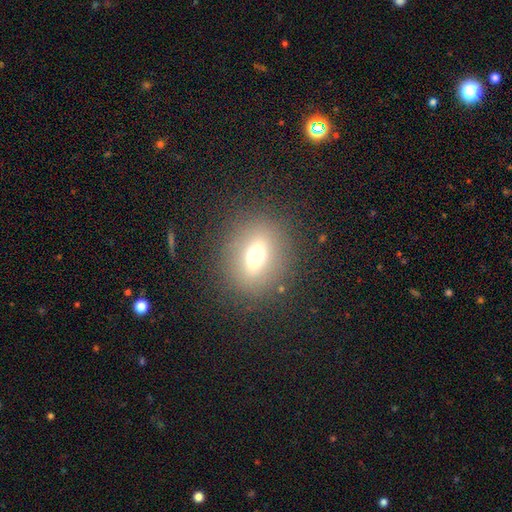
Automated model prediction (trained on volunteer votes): This is likely a smooth galaxy (60%). How rounded: possibly round (53%). Merging: clearly none (84%).